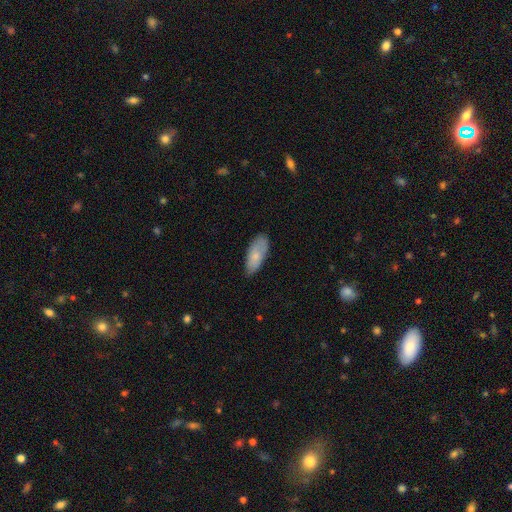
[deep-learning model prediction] Q: Smooth or featured?
A: smooth (75%); runner-up: featured or disk (19%)
Q: How rounded?
A: in between (85%); runner-up: cigar-shaped (13%)
Q: Merging?
A: none (70%); runner-up: minor disturbance (24%)